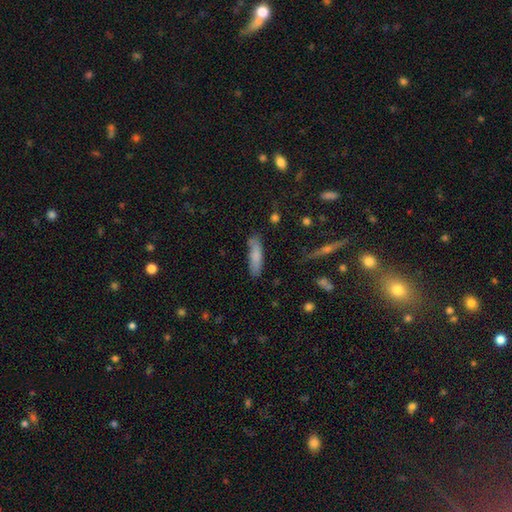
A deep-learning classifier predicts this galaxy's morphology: The model was most divided on "how rounded": cigar-shaped: 68%, in between: 31%, round: 2%. More confident: smooth or featured — smooth (76%); merging — none (74%).